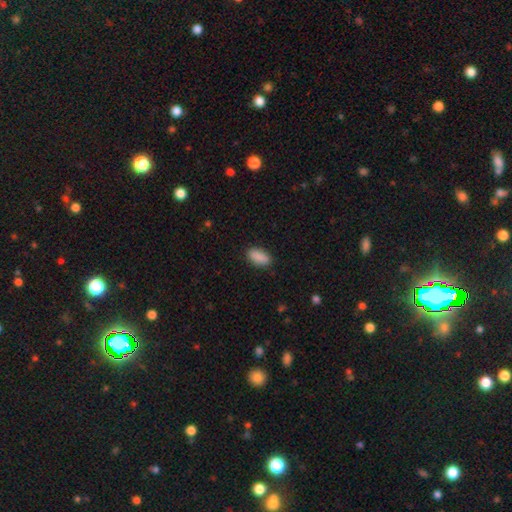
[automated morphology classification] Smooth or featured: smooth — 90% (star or artifact — 7%)
How rounded: in between — 91% (cigar-shaped — 5%)
Merging: none — 87% (minor disturbance — 9%)